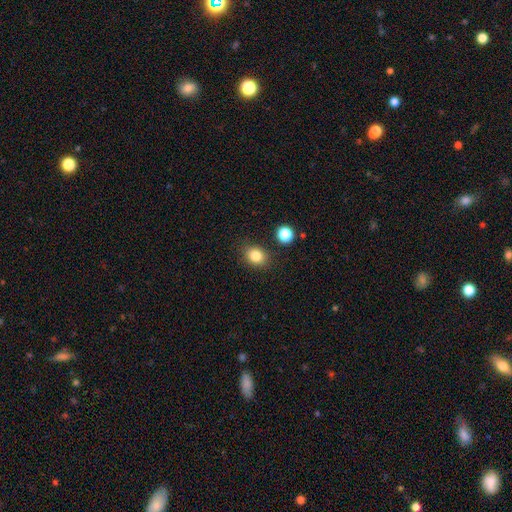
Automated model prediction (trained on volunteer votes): A smooth galaxy with no disk features (83%) that is in between round and cigar-shaped (52%).

Vote fractions:
- Smooth or featured? smooth: 83% / star or artifact: 11% / featured or disk: 6%
- How rounded? in between: 52% / round: 47% / cigar-shaped: 1%
- Merging? none: 82% / minor disturbance: 11% / merger: 4% / major disturbance: 3%